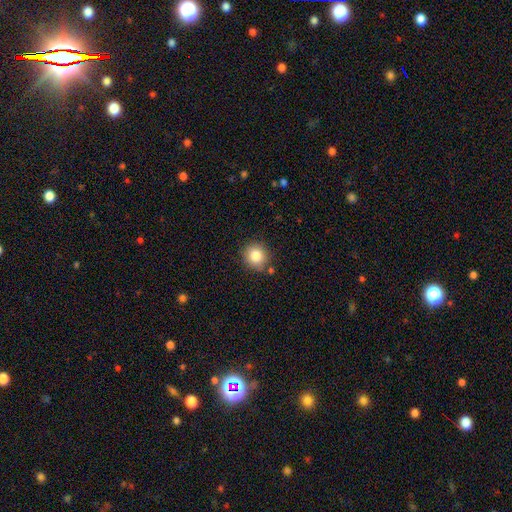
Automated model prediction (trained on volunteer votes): Smooth or featured: smooth — 83% (star or artifact — 10%)
How rounded: round — 89% (in between — 10%)
Merging: none — 84% (minor disturbance — 9%)